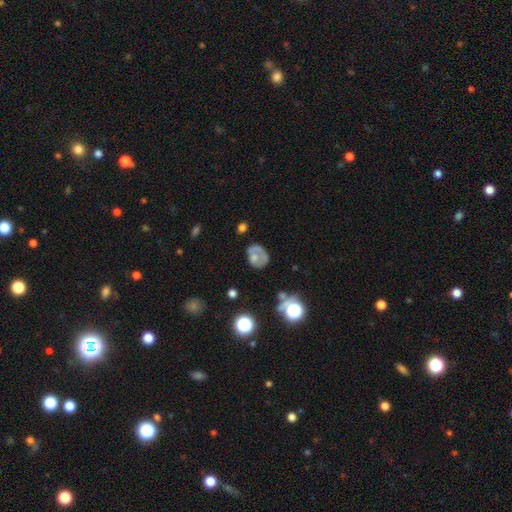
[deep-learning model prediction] A smooth galaxy with no disk features (48%).

Vote fractions:
- Smooth or featured? smooth: 48% / featured or disk: 39% / star or artifact: 13%
- Merging? none: 40% / major disturbance: 27% / minor disturbance: 24% / merger: 8%